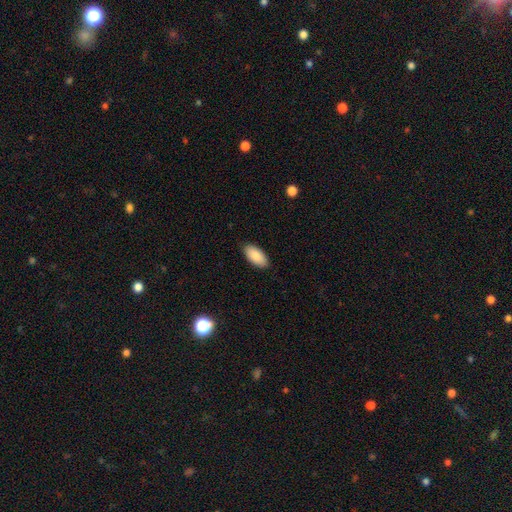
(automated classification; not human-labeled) The model was most divided on "merging": none: 88%, minor disturbance: 9%, major disturbance: 2%, merger: 1%. More confident: how rounded — in between (95%); smooth or featured — smooth (87%).